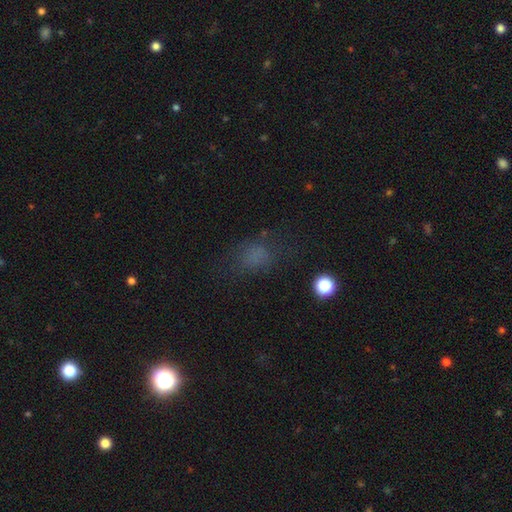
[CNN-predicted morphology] Smooth or featured: smooth — 62% (star or artifact — 25%)
How rounded: in between — 59% (round — 39%)
Merging: none — 60% (minor disturbance — 20%)